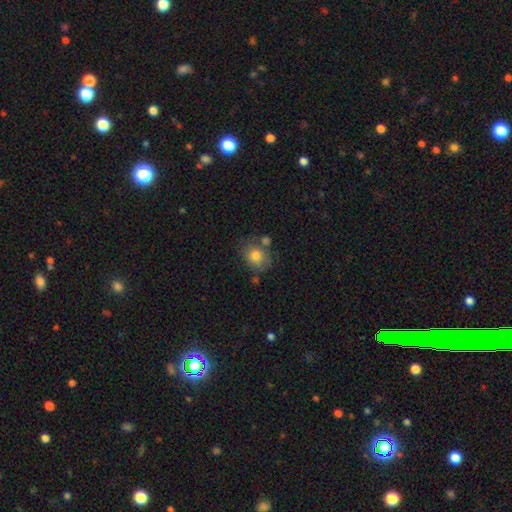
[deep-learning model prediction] A smooth galaxy with no disk features (78%) that is round (61%). Merging: none (59%).